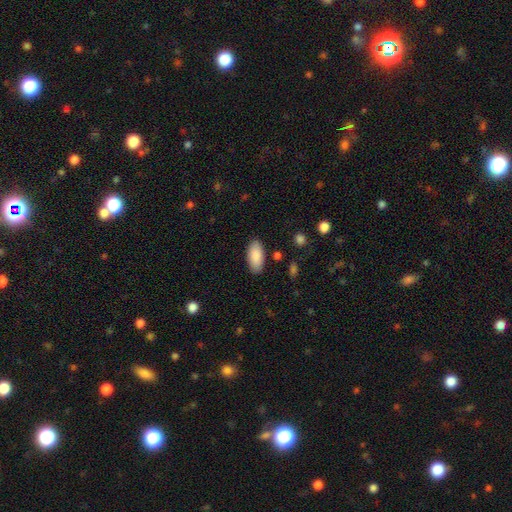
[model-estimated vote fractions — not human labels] smooth_or_featured: smooth (p=0.88) [alt: star or artifact p=0.06]
how_rounded: in between (p=0.92) [alt: cigar-shaped p=0.06]
merging: none (p=0.87) [alt: minor disturbance p=0.09]